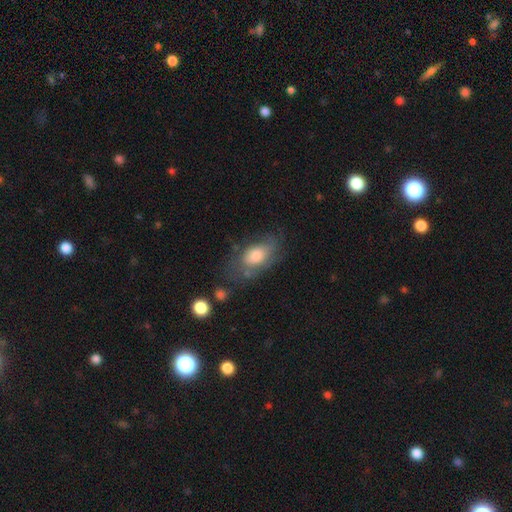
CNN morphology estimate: A smooth galaxy with no disk features (61%) that is in between round and cigar-shaped (89%).

Vote fractions:
- Smooth or featured? smooth: 61% / featured or disk: 31% / star or artifact: 8%
- How rounded? in between: 89% / round: 7% / cigar-shaped: 4%
- Merging? none: 49% / minor disturbance: 28% / major disturbance: 18% / merger: 4%